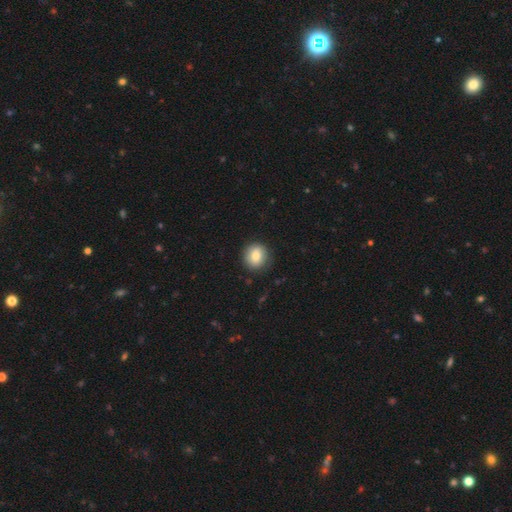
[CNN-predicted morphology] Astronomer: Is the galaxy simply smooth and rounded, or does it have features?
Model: smooth — 80%.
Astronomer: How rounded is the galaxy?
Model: round — 84%.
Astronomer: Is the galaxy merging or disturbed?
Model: none — 87%.